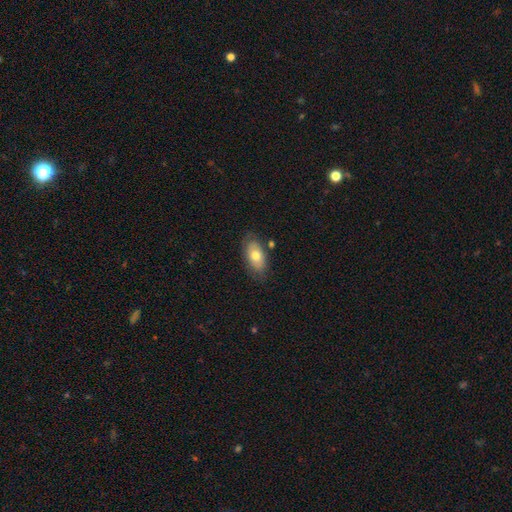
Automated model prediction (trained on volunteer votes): Smooth or featured?
  - smooth: 67% *
  - featured or disk: 26%
  - star or artifact: 7%
How rounded?
  - in between: 91% *
  - round: 6%
  - cigar-shaped: 3%
Merging?
  - none: 77% *
  - minor disturbance: 16%
  - major disturbance: 4%
  - merger: 4%